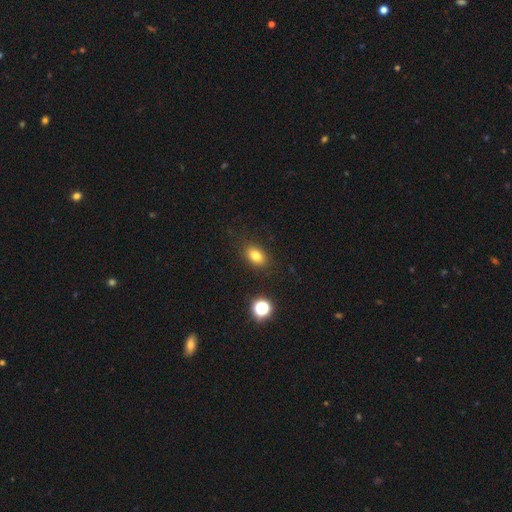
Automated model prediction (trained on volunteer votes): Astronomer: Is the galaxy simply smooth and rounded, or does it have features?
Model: smooth — 80%.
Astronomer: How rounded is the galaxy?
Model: in between — 82%.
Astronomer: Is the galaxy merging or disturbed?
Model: none — 86%.